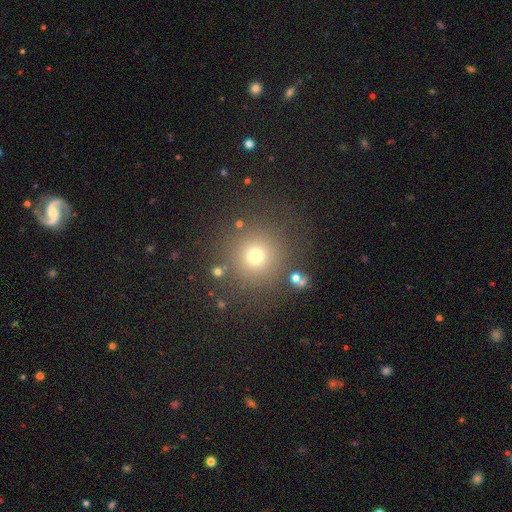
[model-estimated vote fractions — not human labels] The model was most divided on "smooth or featured": smooth: 71%, star or artifact: 20%, featured or disk: 9%. More confident: how rounded — round (94%); merging — none (84%).